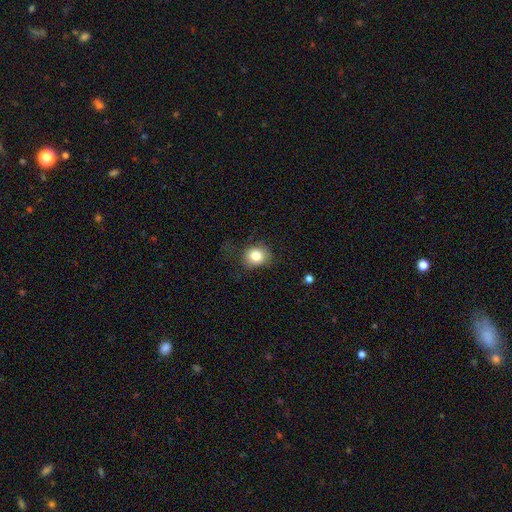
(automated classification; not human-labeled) Overall: smooth (81%). How rounded: round (71%). Merging: none (71%).